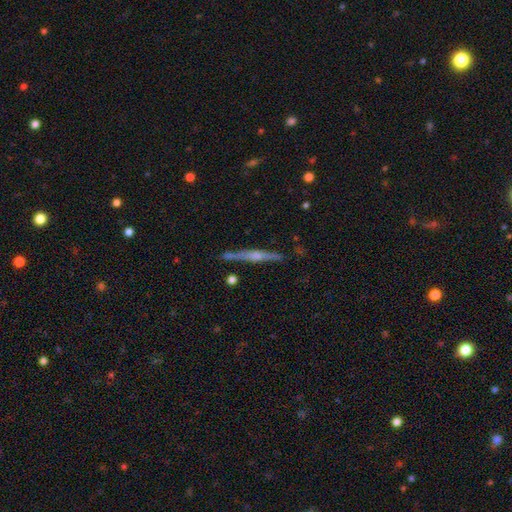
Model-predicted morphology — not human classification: smooth-or-featured: featured or disk: 78% | smooth: 16% | star or artifact: 6%
  disk-edge-on: yes: 98% | no: 2%
    edge-on-bulge: rounded: 78% | boxy: 12% | none: 10%
  merging: none: 85% | minor disturbance: 10% | merger: 3% | major disturbance: 2%